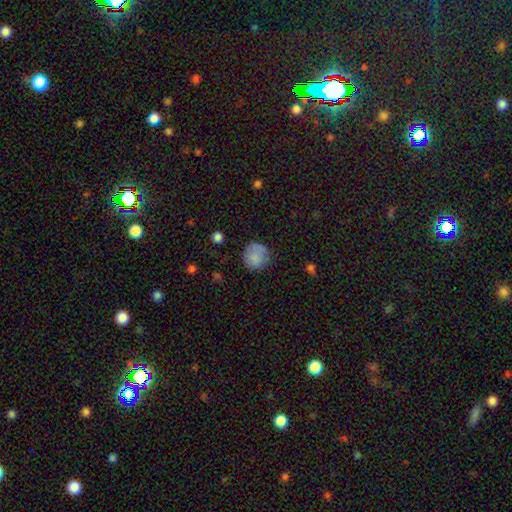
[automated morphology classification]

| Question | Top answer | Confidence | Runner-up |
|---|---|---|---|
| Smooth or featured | smooth | 83% | star or artifact (9%) |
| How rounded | round | 90% | in between (9%) |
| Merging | none | 74% | minor disturbance (18%) |